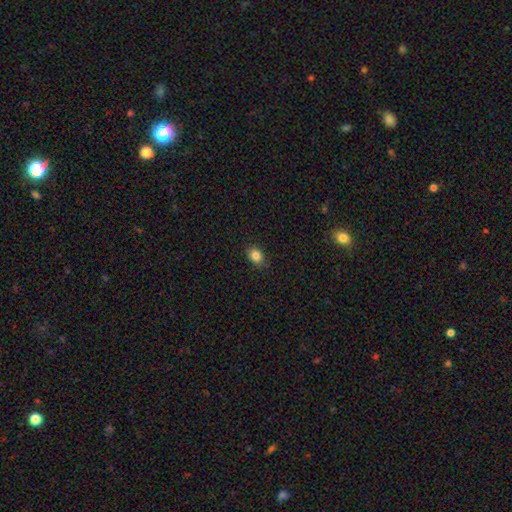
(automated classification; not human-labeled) smooth_or_featured: smooth (p=0.85) [alt: star or artifact p=0.10]
how_rounded: in between (p=0.68) [alt: round p=0.31]
merging: none (p=0.87) [alt: minor disturbance p=0.10]